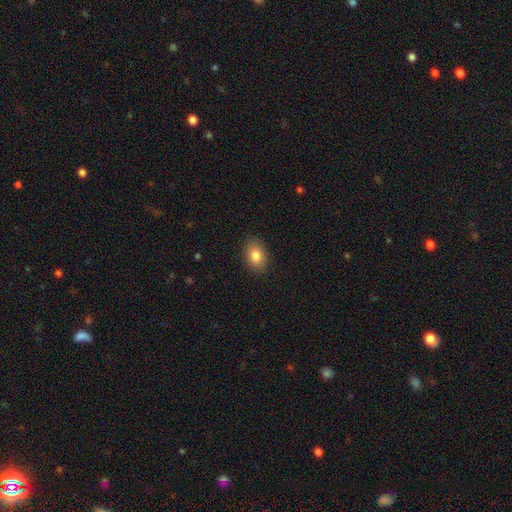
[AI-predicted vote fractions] Smooth or featured?
  - smooth: 83% *
  - star or artifact: 9%
  - featured or disk: 8%
How rounded?
  - in between: 79% *
  - round: 20%
  - cigar-shaped: 1%
Merging?
  - none: 88% *
  - minor disturbance: 9%
  - major disturbance: 2%
  - merger: 1%